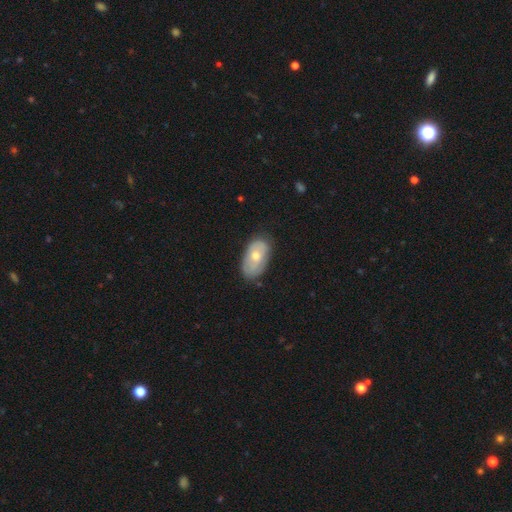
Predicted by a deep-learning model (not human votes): A smooth galaxy with no disk features (55%) that is in between round and cigar-shaped (92%).

Vote fractions:
- Smooth or featured? smooth: 55% / featured or disk: 38% / star or artifact: 7%
- How rounded? in between: 92% / round: 6% / cigar-shaped: 2%
- Merging? none: 76% / minor disturbance: 19% / major disturbance: 4% / merger: 1%